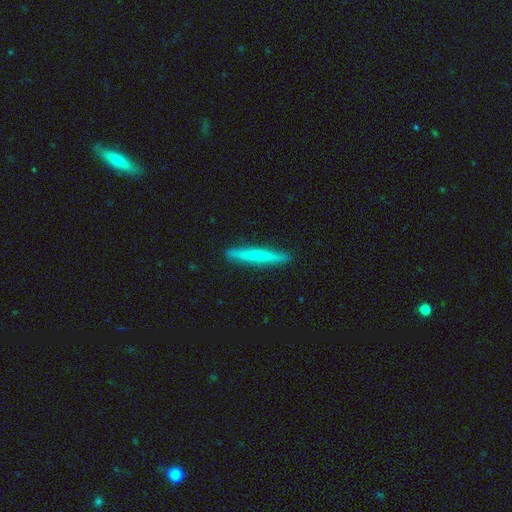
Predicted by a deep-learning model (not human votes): A smooth galaxy with no disk features (54%) that is cigar-shaped (96%). Merging: none (92%).